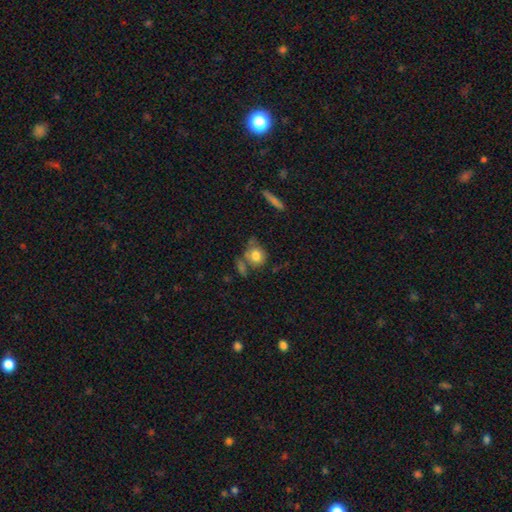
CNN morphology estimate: type=smooth (78%); roundness=round (69%); merging=none (50%).